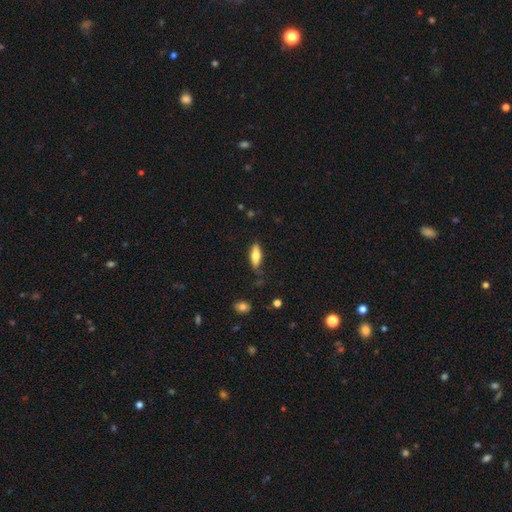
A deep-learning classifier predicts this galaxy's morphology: Overall: smooth (70%). How rounded: in between (57%; cigar-shaped 41%). Merging: none (73%).